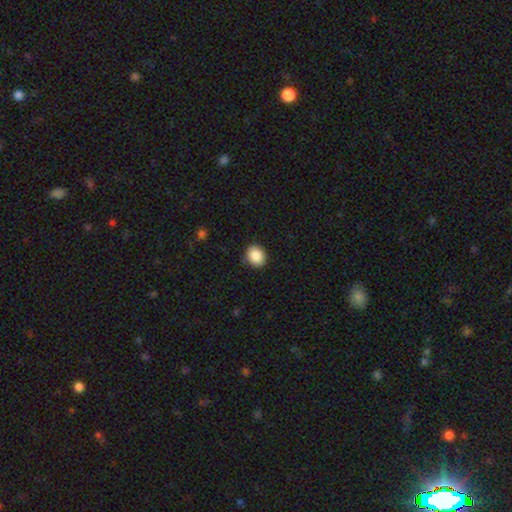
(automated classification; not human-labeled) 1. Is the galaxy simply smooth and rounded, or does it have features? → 87% smooth, 8% star or artifact, 4% featured or disk.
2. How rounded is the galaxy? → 53% round, 46% in between, 1% cigar-shaped.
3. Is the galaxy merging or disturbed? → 86% none, 11% minor disturbance, 2% major disturbance, 1% merger.